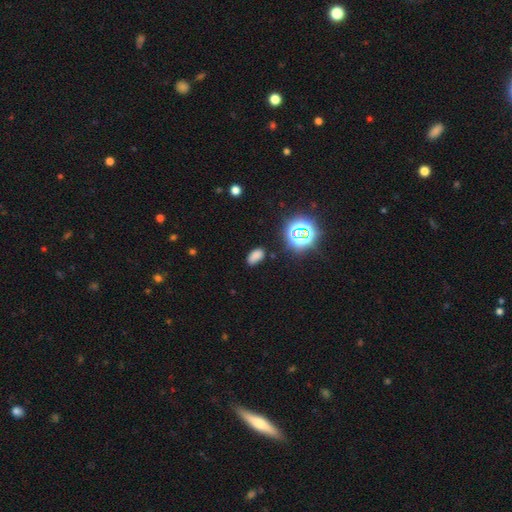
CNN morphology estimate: Smooth or featured: smooth — 72% (star or artifact — 23%)
How rounded: in between — 91% (round — 6%)
Merging: none — 82% (minor disturbance — 13%)